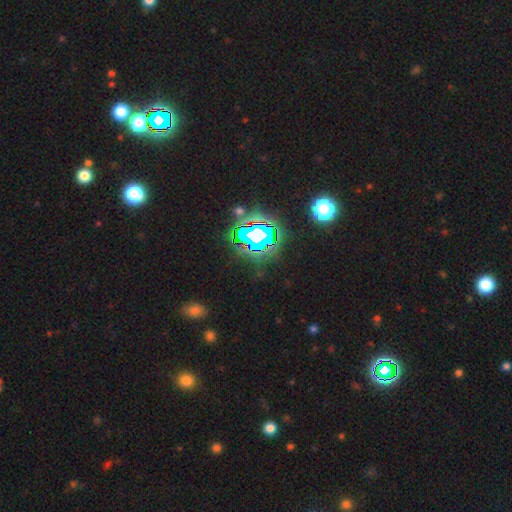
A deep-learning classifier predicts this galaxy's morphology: Smooth or featured? Predicted: star or artifact (p=0.81).